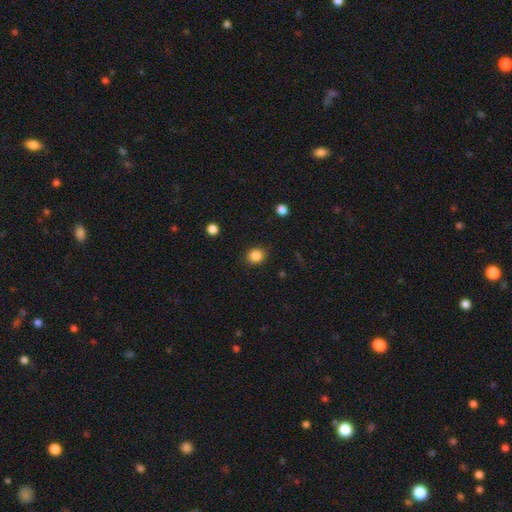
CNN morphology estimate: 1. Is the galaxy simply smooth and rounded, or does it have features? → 86% smooth, 10% star or artifact, 4% featured or disk.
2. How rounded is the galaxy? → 71% round, 29% in between, 1% cigar-shaped.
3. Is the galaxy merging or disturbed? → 87% none, 9% minor disturbance, 3% major disturbance, 1% merger.